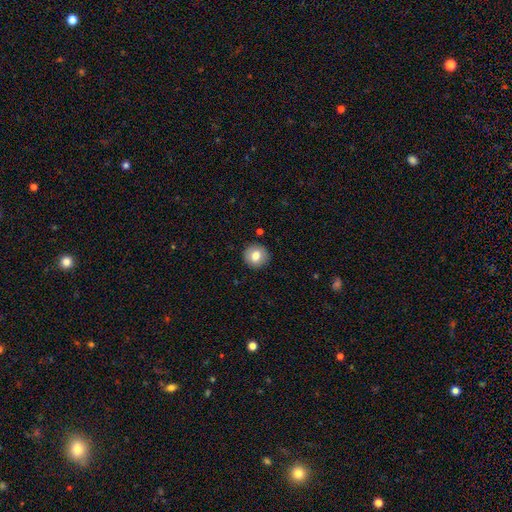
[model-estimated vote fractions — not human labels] This is likely a smooth galaxy (79%). How rounded: clearly round (93%). Merging: clearly none (91%).